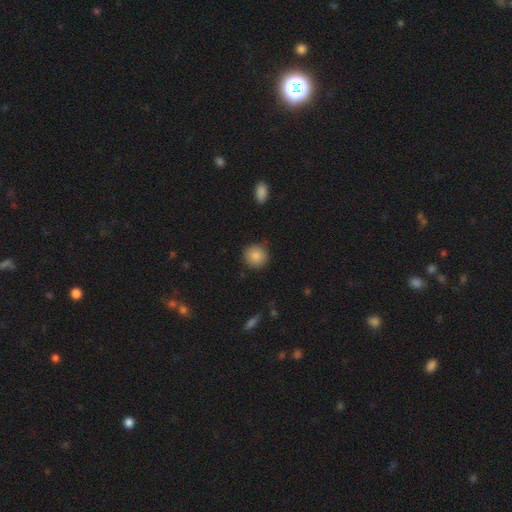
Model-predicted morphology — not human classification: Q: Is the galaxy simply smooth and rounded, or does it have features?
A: smooth — 87%.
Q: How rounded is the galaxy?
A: round — 91%.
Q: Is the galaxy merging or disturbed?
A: none — 86%.